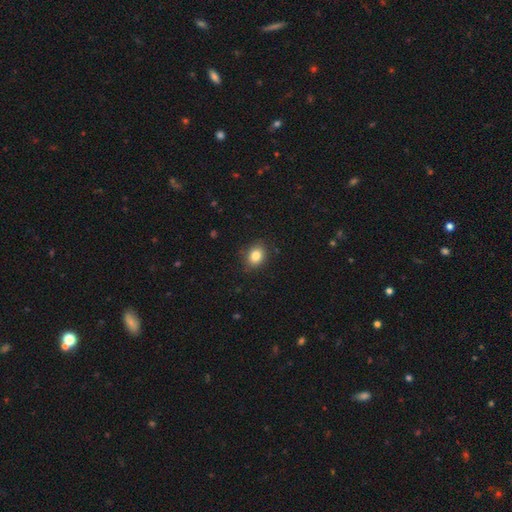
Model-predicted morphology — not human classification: A smooth galaxy with no disk features (84%) that is in between round and cigar-shaped (51%). Merging: none (85%).